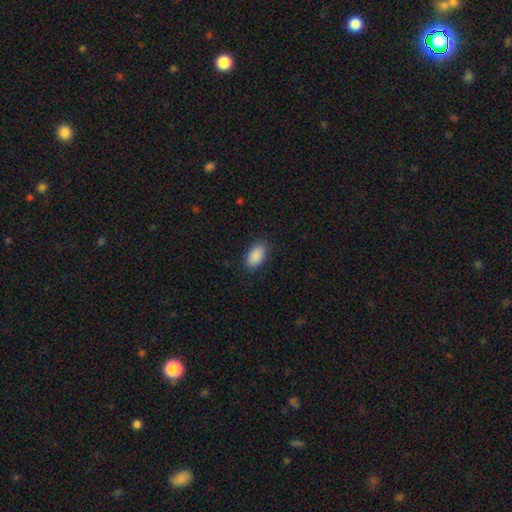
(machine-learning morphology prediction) Smooth or featured?
  - smooth: 90% *
  - star or artifact: 7%
  - featured or disk: 3%
How rounded?
  - in between: 93% *
  - round: 4%
  - cigar-shaped: 3%
Merging?
  - none: 86% *
  - minor disturbance: 10%
  - major disturbance: 3%
  - merger: 1%